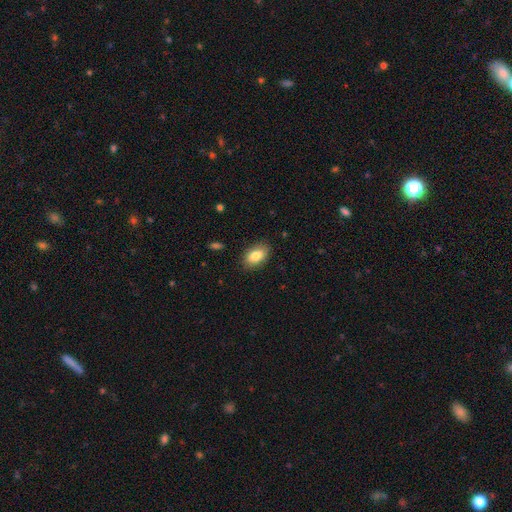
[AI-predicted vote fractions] This is clearly a smooth galaxy (84%). How rounded: clearly in between (91%). Merging: clearly none (86%).